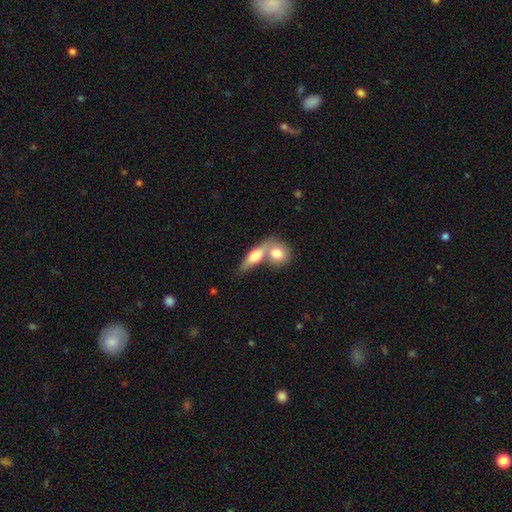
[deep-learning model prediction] Q: Smooth or featured?
A: smooth (64%); runner-up: featured or disk (30%)
Q: How rounded?
A: in between (57%); runner-up: cigar-shaped (28%)
Q: Merging?
A: merger (56%); runner-up: none (32%)